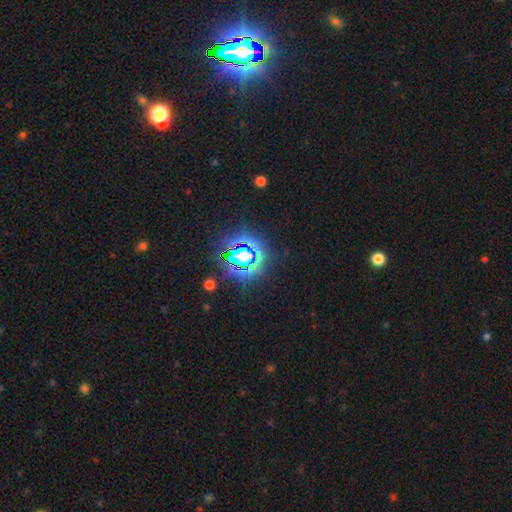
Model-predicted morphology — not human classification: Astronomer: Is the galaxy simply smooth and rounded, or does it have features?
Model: star or artifact — 83%.